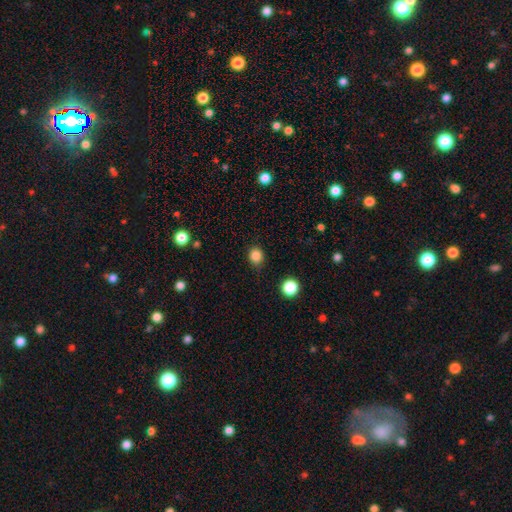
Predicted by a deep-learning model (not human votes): Morphology: type=smooth (85%); roundness=round (72%); merging=none (84%).